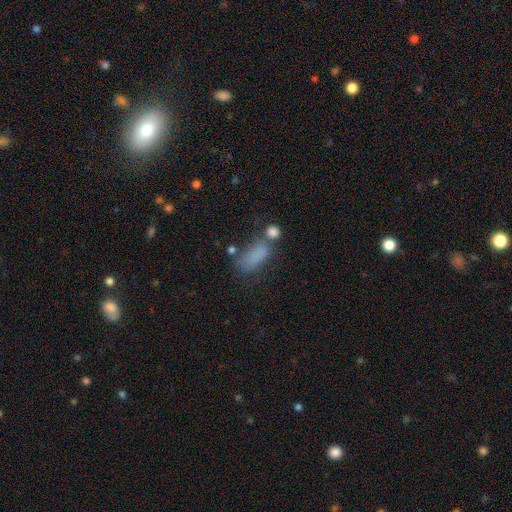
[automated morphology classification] A smooth galaxy with no disk features (75%) that is in between round and cigar-shaped (81%).

Vote fractions:
- Smooth or featured? smooth: 75% / star or artifact: 13% / featured or disk: 12%
- How rounded? in between: 81% / cigar-shaped: 13% / round: 6%
- Merging? none: 36% / merger: 25% / minor disturbance: 21% / major disturbance: 19%